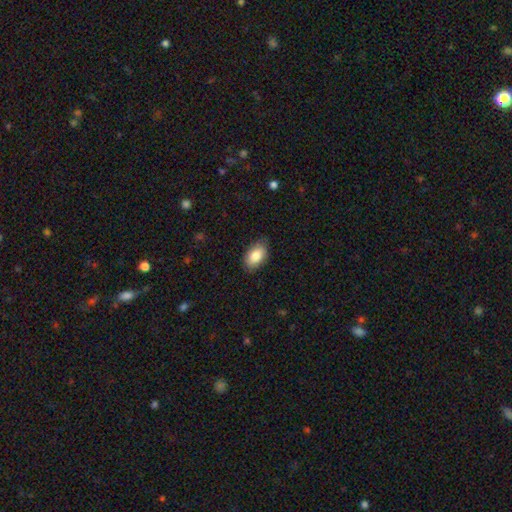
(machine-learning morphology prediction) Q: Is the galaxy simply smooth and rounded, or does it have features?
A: smooth — 84%.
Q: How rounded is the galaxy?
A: in between — 93%.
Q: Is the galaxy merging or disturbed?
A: none — 83%.